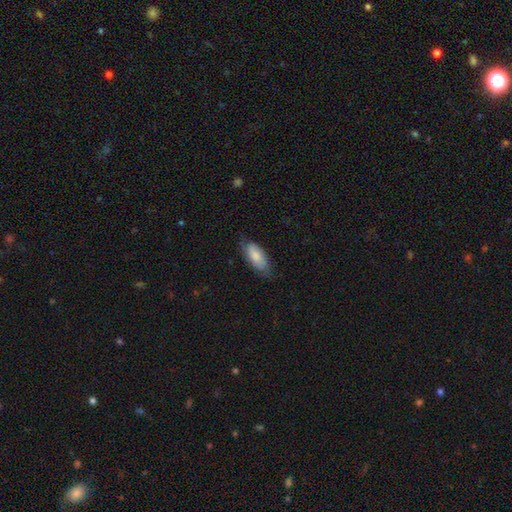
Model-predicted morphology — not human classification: Smooth or featured? Predicted: smooth (p=0.70). How rounded? Predicted: in between (p=0.86). Merging? Predicted: none (p=0.67).